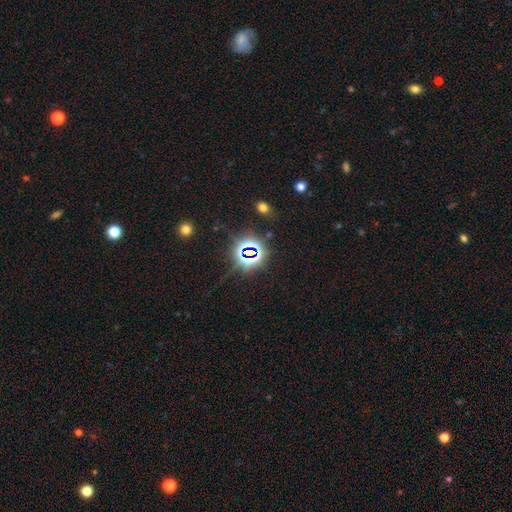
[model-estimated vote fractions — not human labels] Smooth or featured? star or artifact (77%)